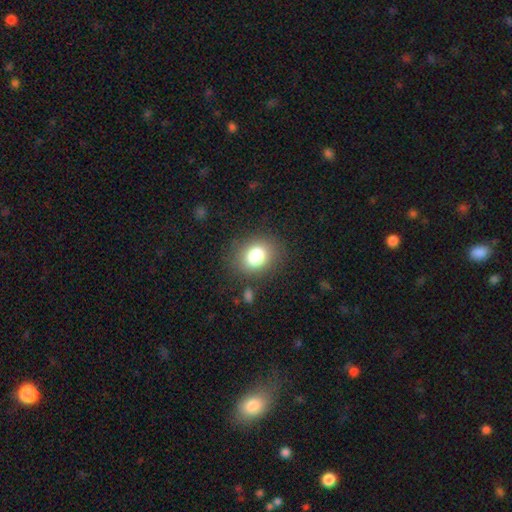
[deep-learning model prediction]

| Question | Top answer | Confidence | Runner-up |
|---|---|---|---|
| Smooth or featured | smooth | 71% | star or artifact (22%) |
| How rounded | round | 77% | in between (22%) |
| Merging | none | 88% | minor disturbance (7%) |